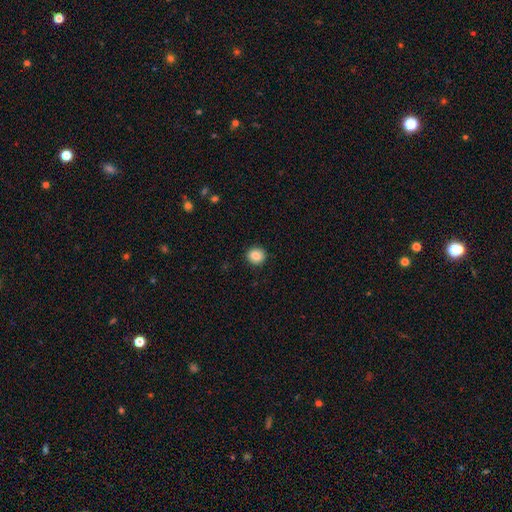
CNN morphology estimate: Smooth or featured? Predicted: smooth (p=0.86). How rounded? Predicted: round (p=0.86). Merging? Predicted: none (p=0.91).